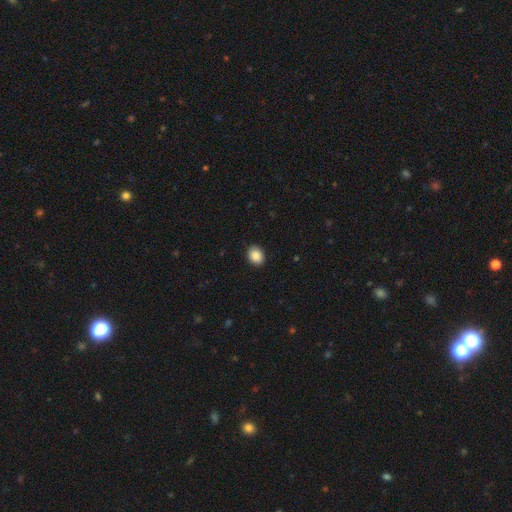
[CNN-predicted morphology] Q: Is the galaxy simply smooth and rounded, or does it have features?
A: smooth — 88%.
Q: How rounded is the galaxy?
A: in between — 55%.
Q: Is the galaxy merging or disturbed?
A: none — 90%.